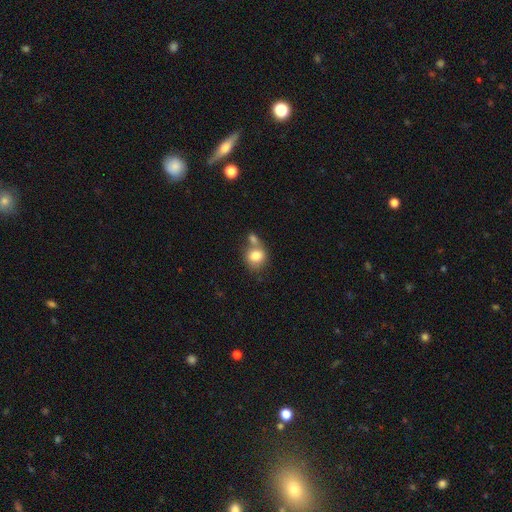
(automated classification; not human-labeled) Overall: smooth (81%). How rounded: round (69%; in between 30%). Merging: merger (43%; none 40%).